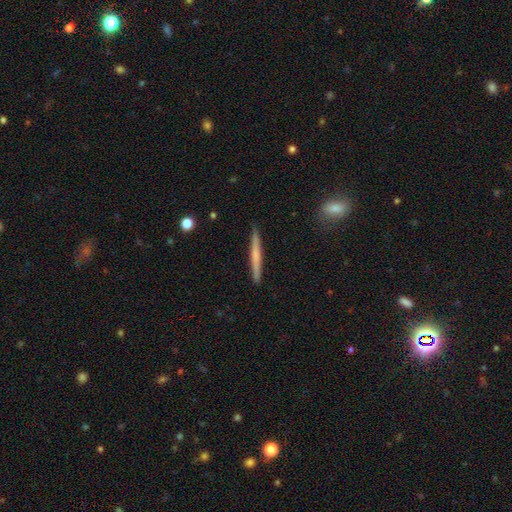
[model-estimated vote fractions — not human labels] Smooth or featured: smooth — 49% (featured or disk — 46%)
Merging: none — 91% (minor disturbance — 7%)